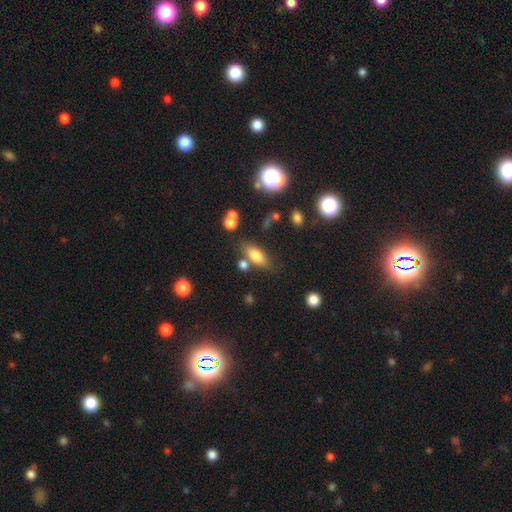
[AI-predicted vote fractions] Morphology: type=smooth (75%); roundness=in between (77%); merging=none (66%).